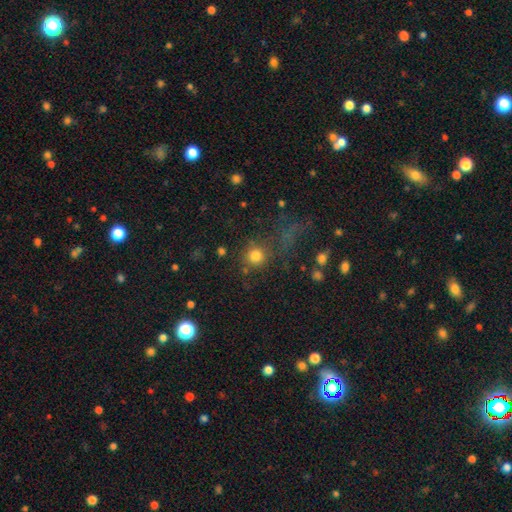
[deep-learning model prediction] Morphology: type=smooth (78%); roundness=round (90%); merging=none (63%).